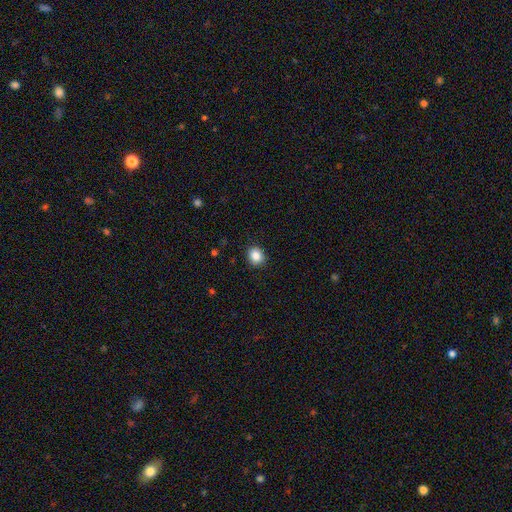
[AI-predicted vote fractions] Overall: smooth (86%). How rounded: round (74%). Merging: none (90%).